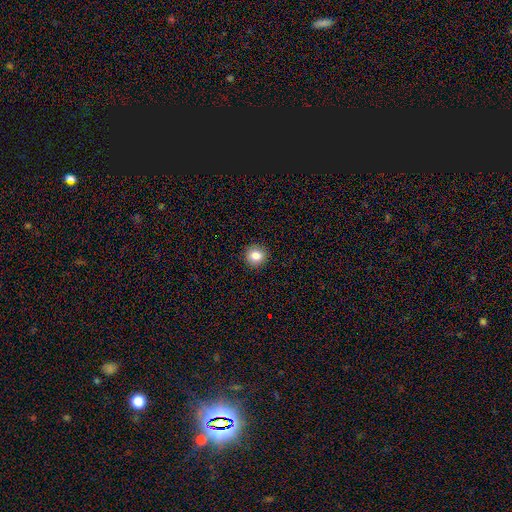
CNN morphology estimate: This is clearly a smooth galaxy (83%). How rounded: clearly round (92%). Merging: clearly none (92%).